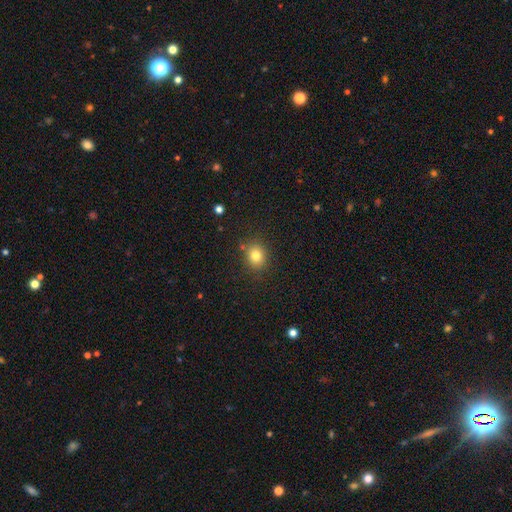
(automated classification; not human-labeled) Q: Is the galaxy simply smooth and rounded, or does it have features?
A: smooth — 80%.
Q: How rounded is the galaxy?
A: round — 66%.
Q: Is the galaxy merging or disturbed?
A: none — 84%.